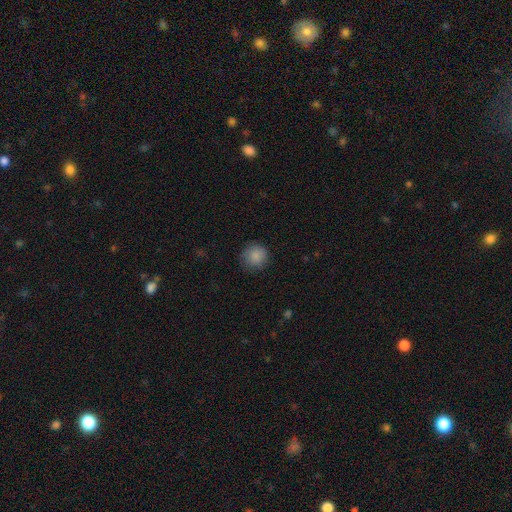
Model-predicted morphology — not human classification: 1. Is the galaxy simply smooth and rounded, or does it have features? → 87% smooth, 9% star or artifact, 4% featured or disk.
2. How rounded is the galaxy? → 93% round, 6% in between, 1% cigar-shaped.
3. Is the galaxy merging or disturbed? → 84% none, 12% minor disturbance, 3% major disturbance, 1% merger.